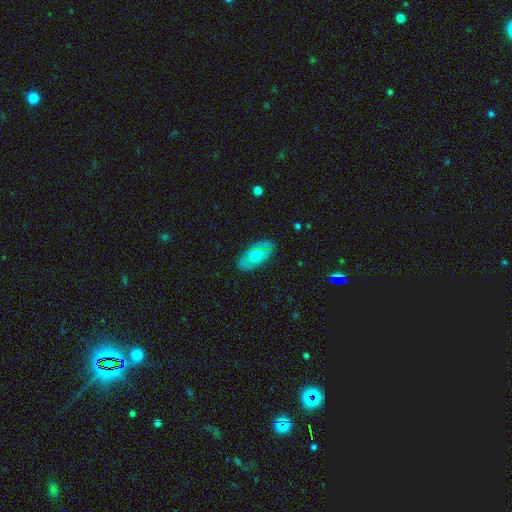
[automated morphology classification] This appears to be a featured or disk galaxy (50%). Merging: none (82%).